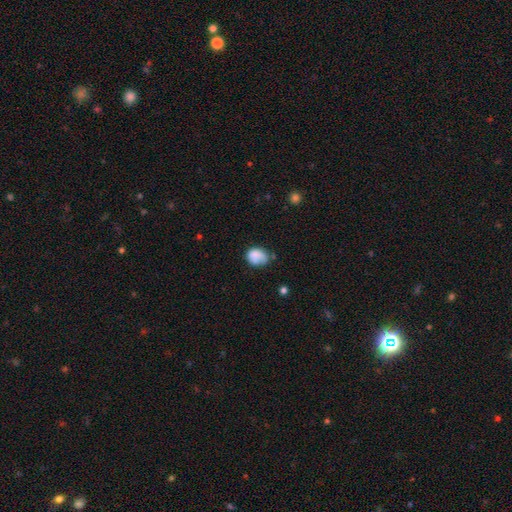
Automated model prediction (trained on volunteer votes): A smooth galaxy with no disk features (76%) that is in between round and cigar-shaped (66%).

Vote fractions:
- Smooth or featured? smooth: 76% / featured or disk: 15% / star or artifact: 9%
- How rounded? in between: 66% / round: 33% / cigar-shaped: 1%
- Merging? none: 44% / minor disturbance: 34% / major disturbance: 15% / merger: 7%